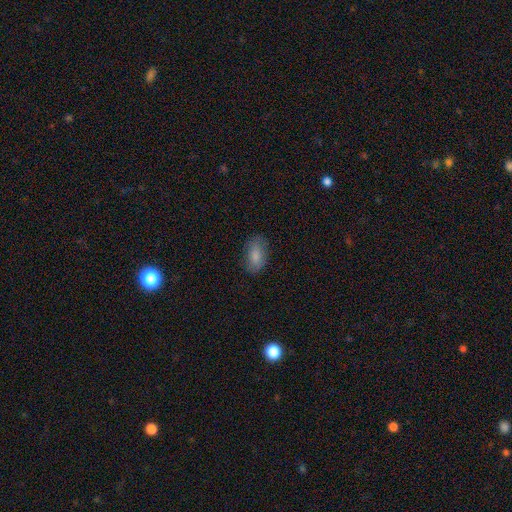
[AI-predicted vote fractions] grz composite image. It shows a smooth galaxy with no disk features (83%) that is in between round and cigar-shaped (92%). Merging: none (79%).